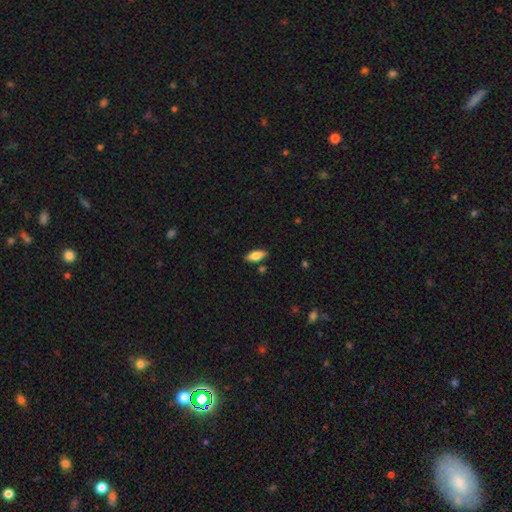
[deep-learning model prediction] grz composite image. It shows a smooth galaxy with no disk features (79%) that is in between round and cigar-shaped (83%). Merging: none (85%).